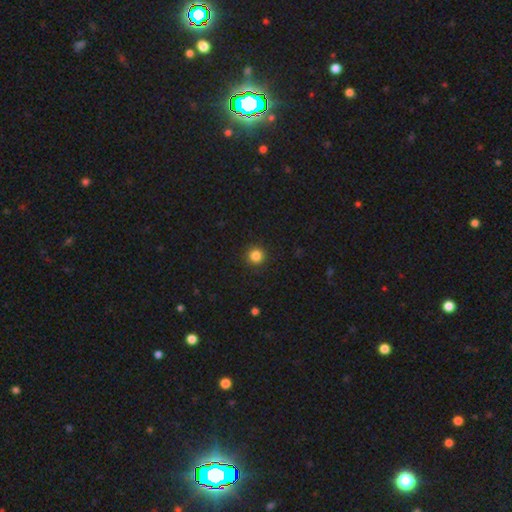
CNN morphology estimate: smooth_or_featured: smooth (p=0.85) [alt: star or artifact p=0.12]
how_rounded: round (p=0.95) [alt: in between p=0.04]
merging: none (p=0.92) [alt: minor disturbance p=0.05]